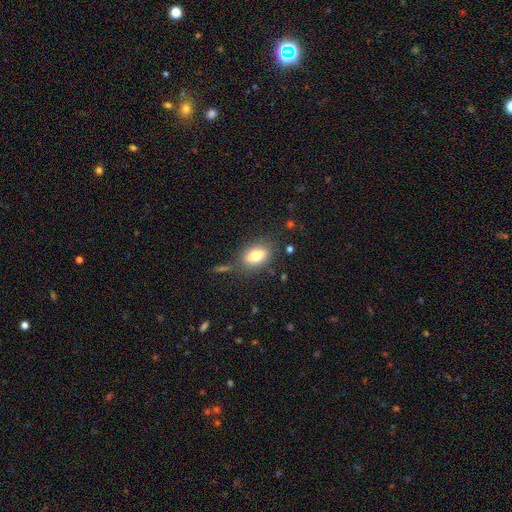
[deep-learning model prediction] smooth 79%, featured or disk 12%, star or artifact 9%. Down the decision tree: how rounded — in between (86%); merging — none (76%).